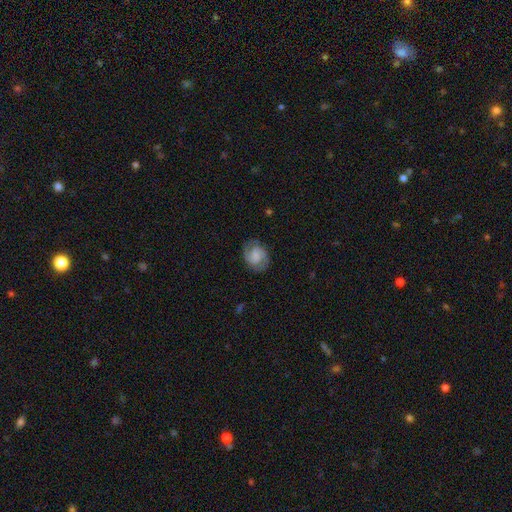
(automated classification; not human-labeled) Morphology: type=featured or disk (73%); edge-on=no (98%); bar=no (49%); spiral arms=yes (95%); winding=medium (47%); arm count=2 (87%); bulge=none (36%); merging=none (81%).